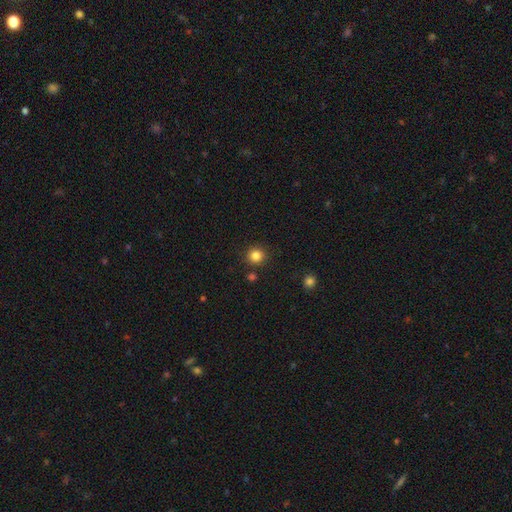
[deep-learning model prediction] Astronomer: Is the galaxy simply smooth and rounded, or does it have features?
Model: smooth — 83%.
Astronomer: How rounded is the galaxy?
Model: round — 92%.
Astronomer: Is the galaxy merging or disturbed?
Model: none — 87%.